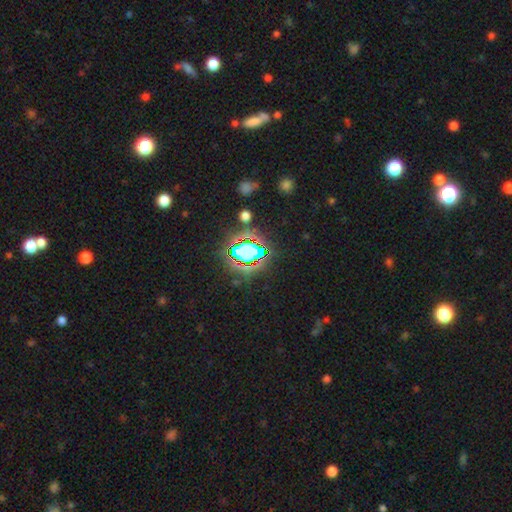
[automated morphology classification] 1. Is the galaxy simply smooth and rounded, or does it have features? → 76% star or artifact, 15% smooth, 9% featured or disk.